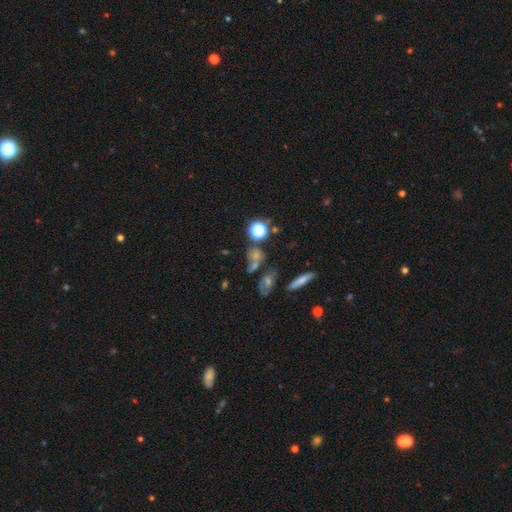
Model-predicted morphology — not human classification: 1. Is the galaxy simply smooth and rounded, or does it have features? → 39% star or artifact, 36% smooth, 26% featured or disk.